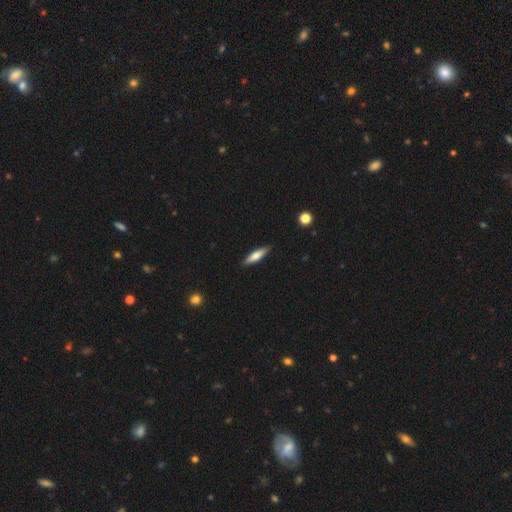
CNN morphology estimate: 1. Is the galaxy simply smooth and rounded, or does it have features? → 59% smooth, 35% featured or disk, 6% star or artifact.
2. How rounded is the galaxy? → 74% cigar-shaped, 24% in between, 2% round.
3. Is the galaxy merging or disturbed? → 89% none, 8% minor disturbance, 2% major disturbance, 1% merger.